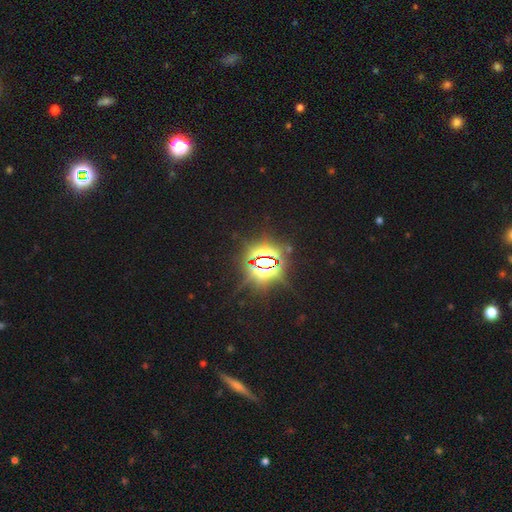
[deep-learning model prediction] A star or artifact, not a galaxy (85%).

Vote fractions:
- Smooth or featured? star or artifact: 85% / featured or disk: 8% / smooth: 7%